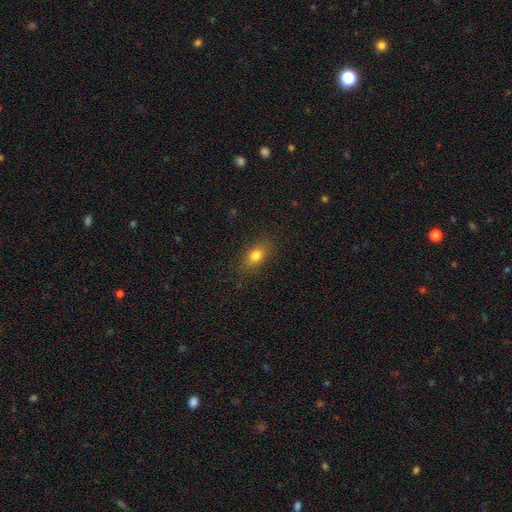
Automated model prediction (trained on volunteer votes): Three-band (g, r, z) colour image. It shows a smooth galaxy with no disk features (79%) that is in between round and cigar-shaped (77%). Merging: none (85%).